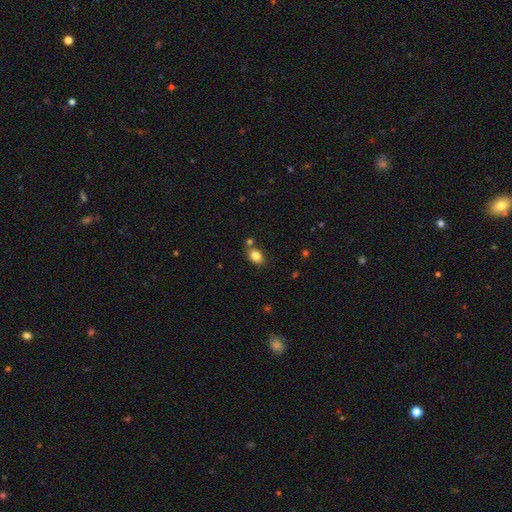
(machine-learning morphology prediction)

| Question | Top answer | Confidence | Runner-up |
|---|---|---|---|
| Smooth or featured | smooth | 83% | star or artifact (10%) |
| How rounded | in between | 71% | round (28%) |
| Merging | none | 72% | minor disturbance (13%) |